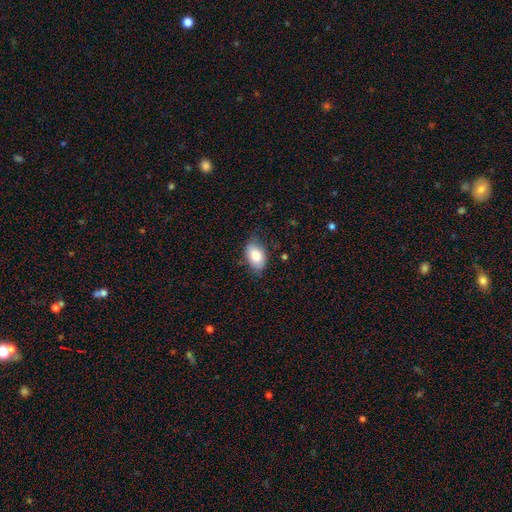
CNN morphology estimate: smooth-or-featured: smooth: 83% | featured or disk: 10% | star or artifact: 7%
  how-rounded: in between: 91% | round: 7% | cigar-shaped: 2%
  merging: none: 74% | minor disturbance: 21% | major disturbance: 4% | merger: 1%